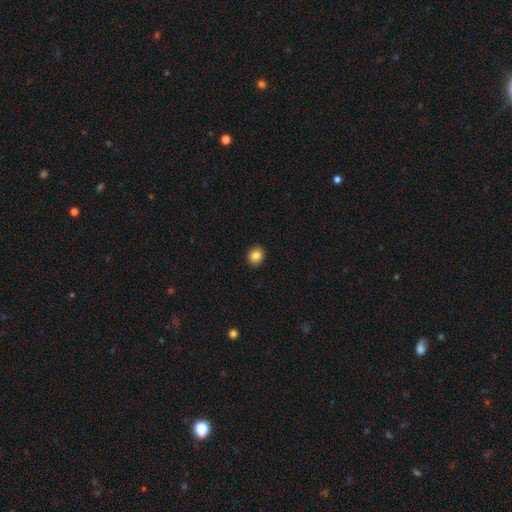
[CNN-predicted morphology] A smooth galaxy with no disk features (85%) that is round (75%).

Vote fractions:
- Smooth or featured? smooth: 85% / star or artifact: 10% / featured or disk: 5%
- How rounded? round: 75% / in between: 24% / cigar-shaped: 1%
- Merging? none: 92% / minor disturbance: 6% / major disturbance: 2% / merger: 1%